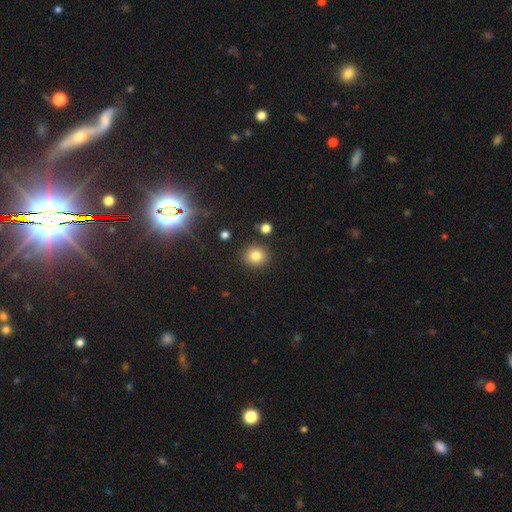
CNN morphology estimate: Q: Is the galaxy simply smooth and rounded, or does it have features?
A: smooth — 81%.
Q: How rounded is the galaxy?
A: round — 87%.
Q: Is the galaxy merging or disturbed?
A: none — 88%.